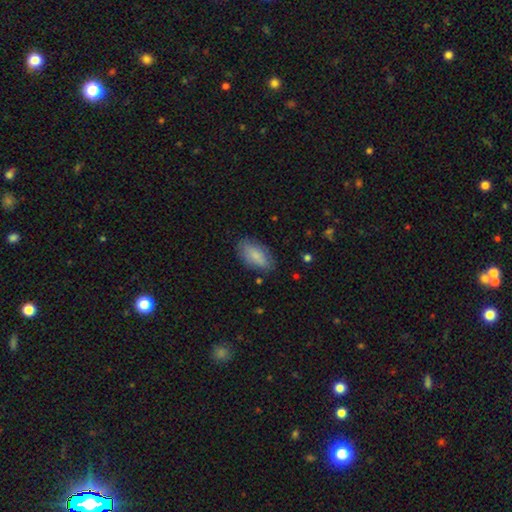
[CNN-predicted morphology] A smooth galaxy with no disk features (82%) that is in between round and cigar-shaped (91%). Merging: none (79%).